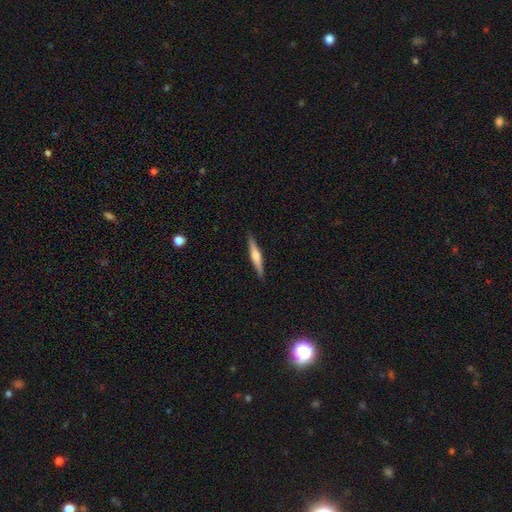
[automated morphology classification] This is likely a featured or disk galaxy (61%). It is clearly viewed edge-on (97%). Edge-on bulge: clearly rounded (88%). Merging: clearly none (91%).